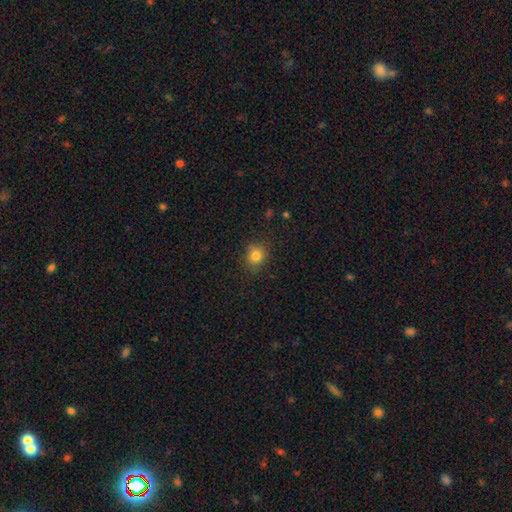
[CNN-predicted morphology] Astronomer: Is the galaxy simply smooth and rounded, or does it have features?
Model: smooth — 83%.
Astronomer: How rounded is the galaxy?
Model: round — 73%.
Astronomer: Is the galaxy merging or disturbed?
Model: none — 81%.